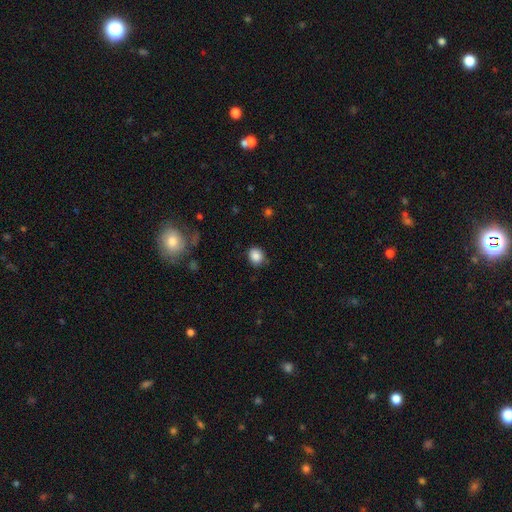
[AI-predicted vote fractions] Smooth or featured? Predicted: smooth (p=0.86). How rounded? Predicted: round (p=0.71). Merging? Predicted: none (p=0.82).